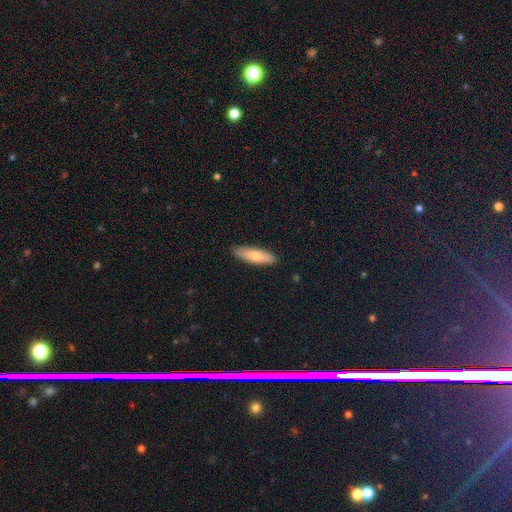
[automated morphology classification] Smooth or featured?
  - smooth: 74% *
  - featured or disk: 21%
  - star or artifact: 6%
How rounded?
  - cigar-shaped: 56% *
  - in between: 42%
  - round: 2%
Merging?
  - none: 89% *
  - minor disturbance: 9%
  - major disturbance: 2%
  - merger: 1%